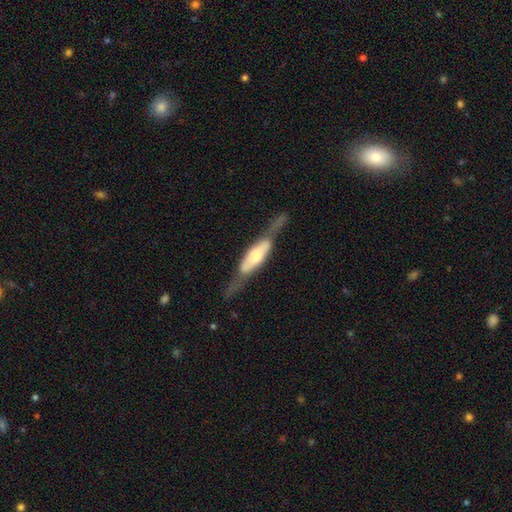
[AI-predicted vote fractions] Smooth or featured?
  - featured or disk: 61% *
  - smooth: 34%
  - star or artifact: 5%
Edge-on disk?
  - yes: 80% *
  - no: 20%
Merging?
  - none: 50% *
  - minor disturbance: 24%
  - major disturbance: 19%
  - merger: 6%